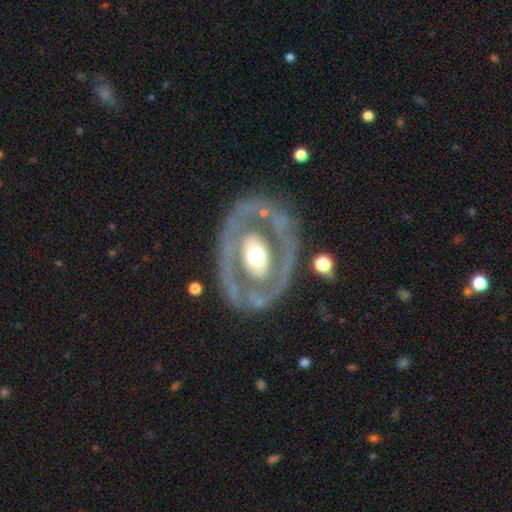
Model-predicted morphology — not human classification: smooth-or-featured: featured or disk: 72% | smooth: 23% | star or artifact: 5%
  disk-edge-on: no: 93% | yes: 7%
    bar: no: 76% | weak: 13% | strong: 10%
    has-spiral-arms: no: 70% | yes: 30%
    bulge-size: moderate: 59% | large: 31% | small: 6% | dominant: 3% | none: 1%
  merging: none: 69% | minor disturbance: 15% | major disturbance: 13% | merger: 3%